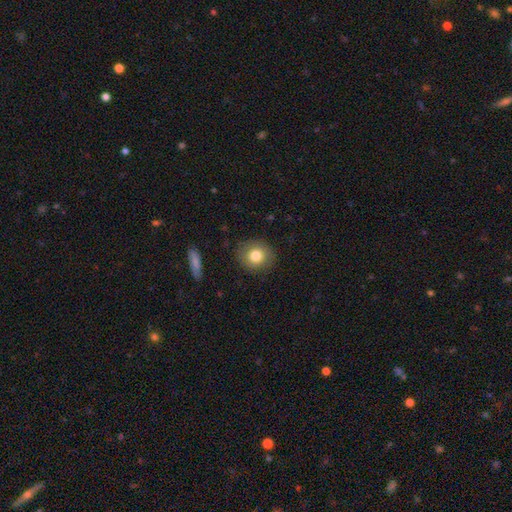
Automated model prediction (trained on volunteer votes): A smooth galaxy with no disk features (80%) that is round (83%). Merging: none (86%).